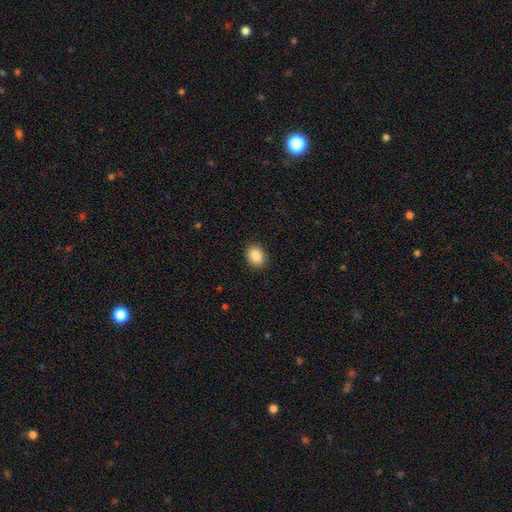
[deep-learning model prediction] Smooth or featured? smooth (89%)
How rounded? in between (57%)
Merging? none (89%)